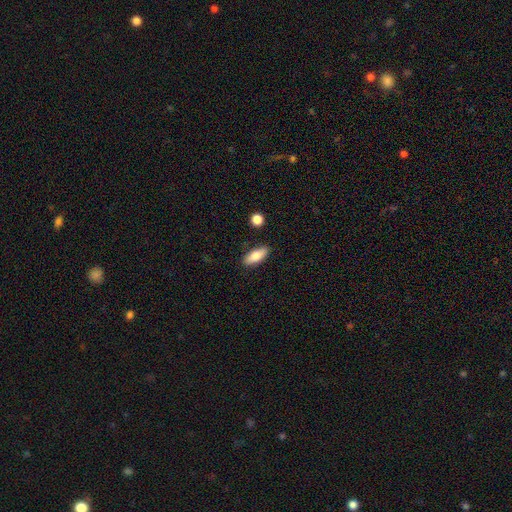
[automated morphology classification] Smooth or featured?
  - smooth: 76% *
  - featured or disk: 18%
  - star or artifact: 7%
How rounded?
  - in between: 74% *
  - cigar-shaped: 23%
  - round: 3%
Merging?
  - none: 85% *
  - minor disturbance: 10%
  - merger: 2%
  - major disturbance: 2%